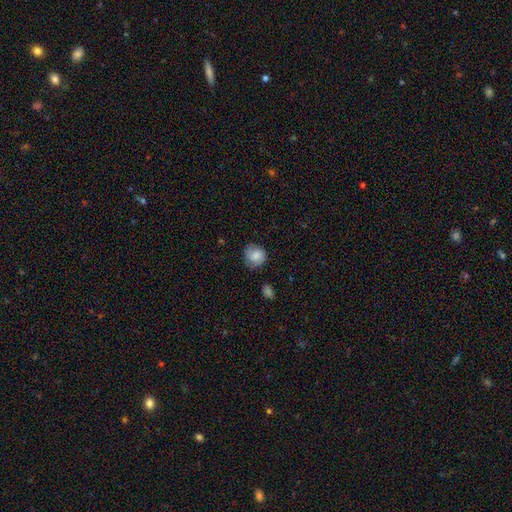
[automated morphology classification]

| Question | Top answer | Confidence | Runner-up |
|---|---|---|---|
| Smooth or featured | smooth | 77% | featured or disk (16%) |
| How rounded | round | 81% | in between (18%) |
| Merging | none | 67% | minor disturbance (25%) |